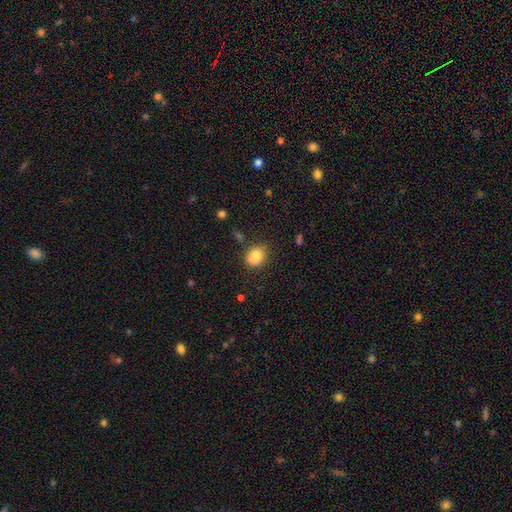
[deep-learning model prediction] smooth 79%, featured or disk 11%, star or artifact 10%. Down the decision tree: how rounded — round (62%); merging — none (61%).